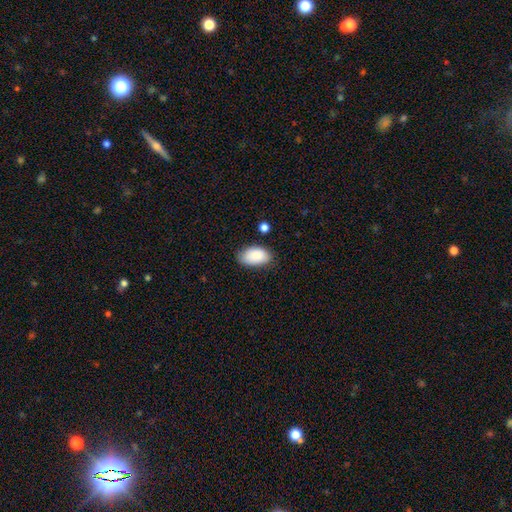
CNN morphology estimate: Smooth or featured?
  - smooth: 88% *
  - star or artifact: 7%
  - featured or disk: 5%
How rounded?
  - in between: 94% *
  - round: 5%
  - cigar-shaped: 1%
Merging?
  - none: 75% *
  - minor disturbance: 19%
  - major disturbance: 4%
  - merger: 2%